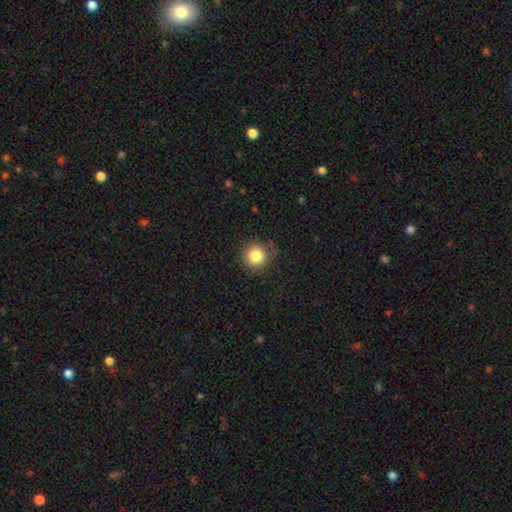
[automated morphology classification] Q: Smooth or featured?
A: smooth (83%); runner-up: star or artifact (11%)
Q: How rounded?
A: round (94%); runner-up: in between (5%)
Q: Merging?
A: none (86%); runner-up: minor disturbance (9%)